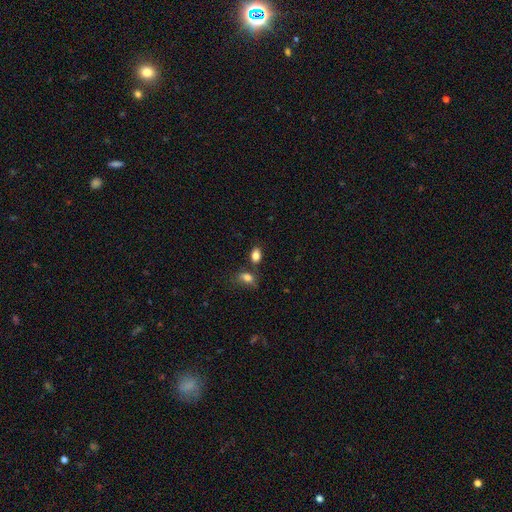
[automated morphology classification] A smooth galaxy with no disk features (83%) that is in between round and cigar-shaped (85%). Merging: none (66%).